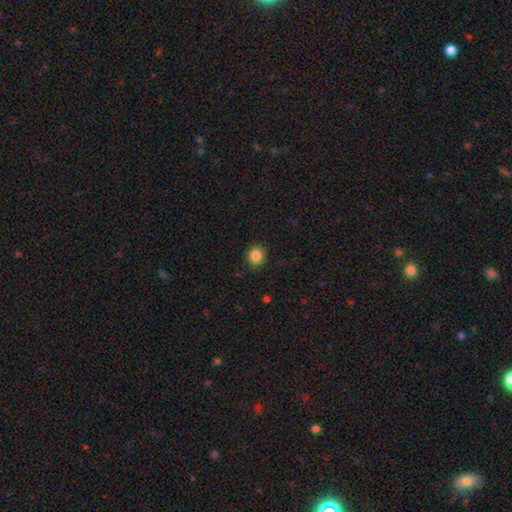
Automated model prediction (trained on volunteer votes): Smooth or featured? Predicted: smooth (p=0.86). How rounded? Predicted: round (p=0.82). Merging? Predicted: none (p=0.89).